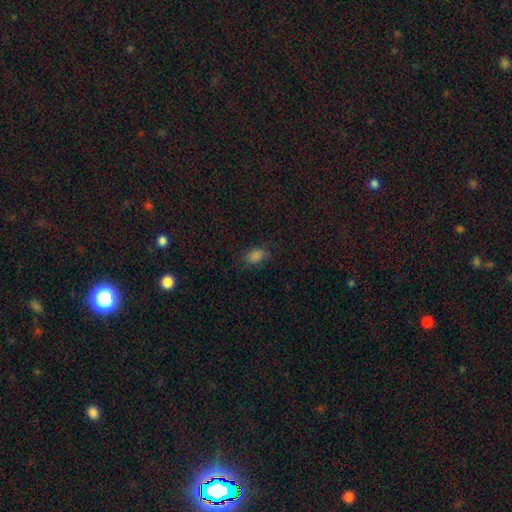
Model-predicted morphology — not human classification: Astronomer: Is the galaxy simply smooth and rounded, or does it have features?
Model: smooth — 78%.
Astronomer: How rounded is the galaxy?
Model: in between — 80%.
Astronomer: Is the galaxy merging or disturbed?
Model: none — 73%.